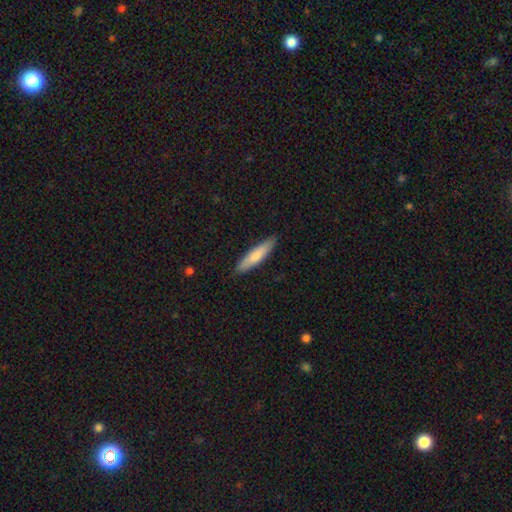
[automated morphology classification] smooth_or_featured: smooth (p=0.77) [alt: featured or disk p=0.17]
how_rounded: cigar-shaped (p=0.80) [alt: in between p=0.19]
merging: none (p=0.88) [alt: minor disturbance p=0.09]